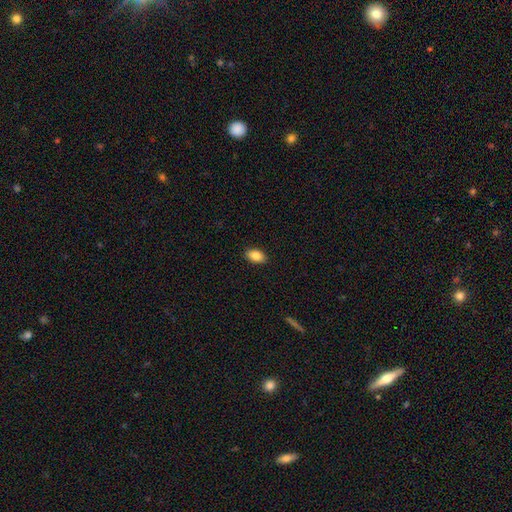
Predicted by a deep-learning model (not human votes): Overall: smooth (87%). How rounded: in between (92%). Merging: none (90%).